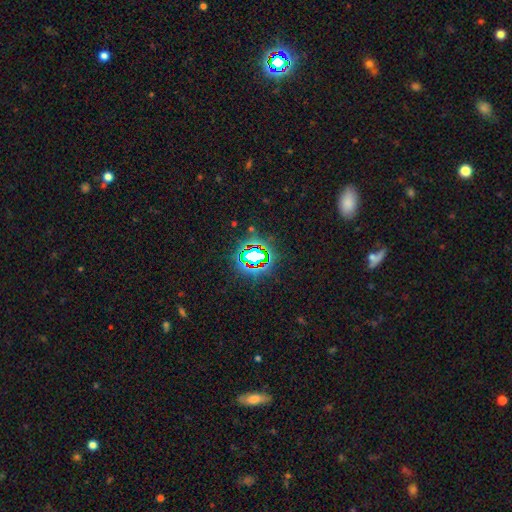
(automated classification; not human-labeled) This is likely a star or artifact rather than a galaxy (72%).